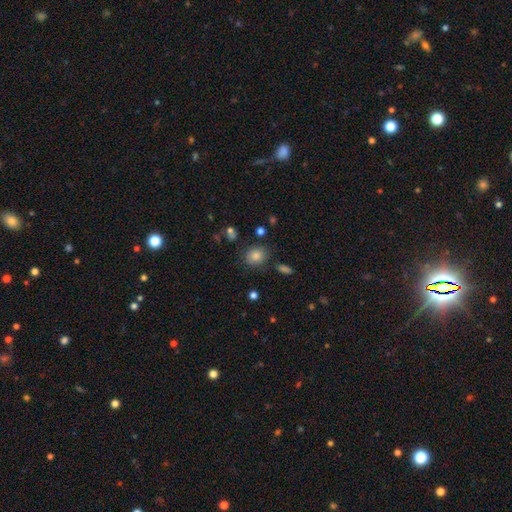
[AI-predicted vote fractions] This is likely a smooth galaxy (80%). How rounded: likely round (76%). Merging: clearly none (80%).